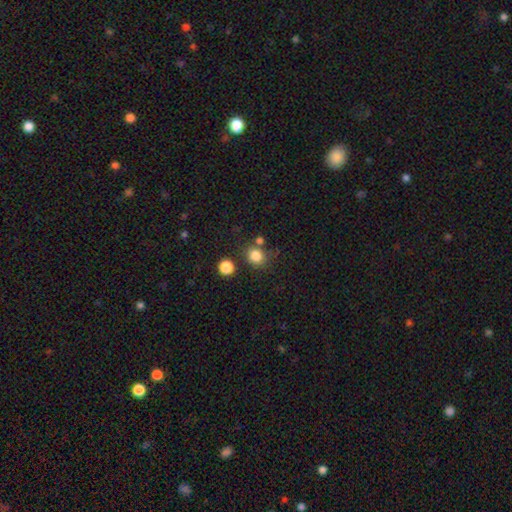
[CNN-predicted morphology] The model was most divided on "merging": none: 70%, merger: 13%, minor disturbance: 12%, major disturbance: 5%. More confident: smooth or featured — smooth (82%); how rounded — round (81%).